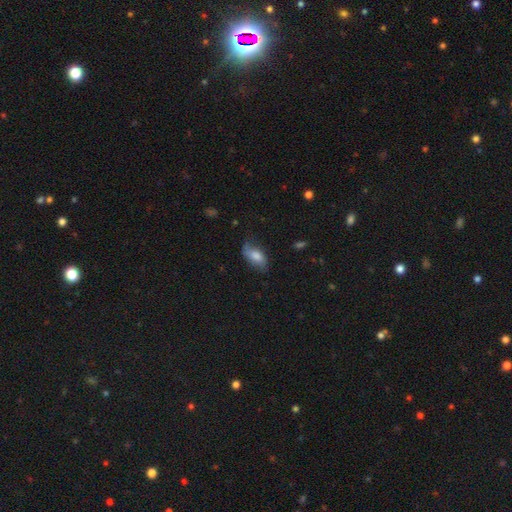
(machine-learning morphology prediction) Smooth or featured? Predicted: smooth (p=0.68). How rounded? Predicted: in between (p=0.91). Merging? Predicted: none (p=0.55).